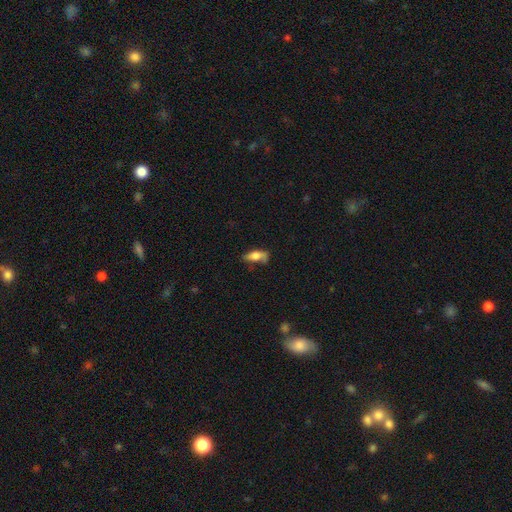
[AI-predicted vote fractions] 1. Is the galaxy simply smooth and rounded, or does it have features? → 73% smooth, 20% featured or disk, 8% star or artifact.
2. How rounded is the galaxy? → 76% in between, 20% cigar-shaped, 3% round.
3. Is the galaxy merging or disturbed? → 49% none, 33% minor disturbance, 14% major disturbance, 4% merger.